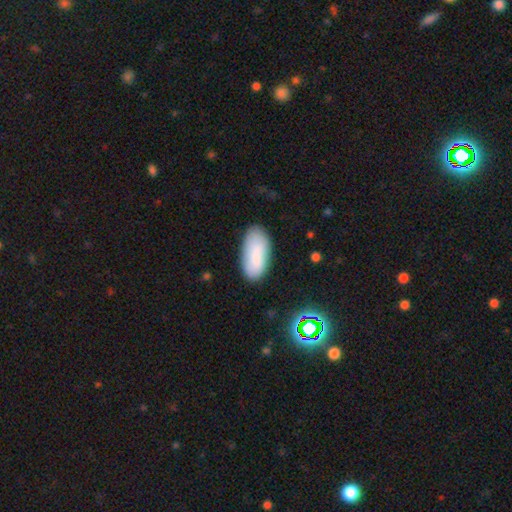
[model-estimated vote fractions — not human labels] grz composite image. It shows a smooth galaxy with no disk features (81%) that is in between round and cigar-shaped (91%). Merging: none (77%).